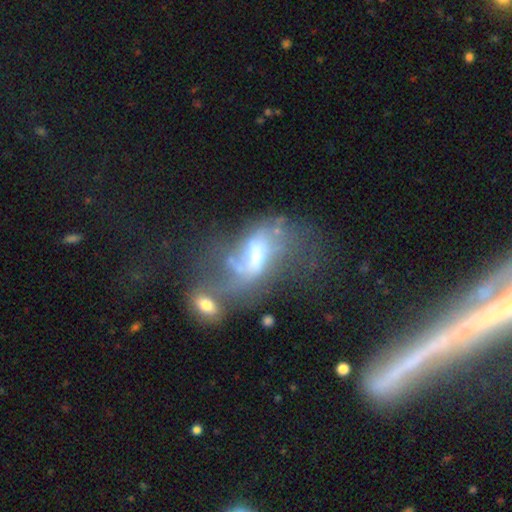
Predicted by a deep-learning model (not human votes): featured or disk 65%, smooth 23%, star or artifact 12%. Down the decision tree: edge-on disk — no (94%); bar — no (44%); spiral arms — yes (58%); bulge size — small (41%); merging — merger (41%).